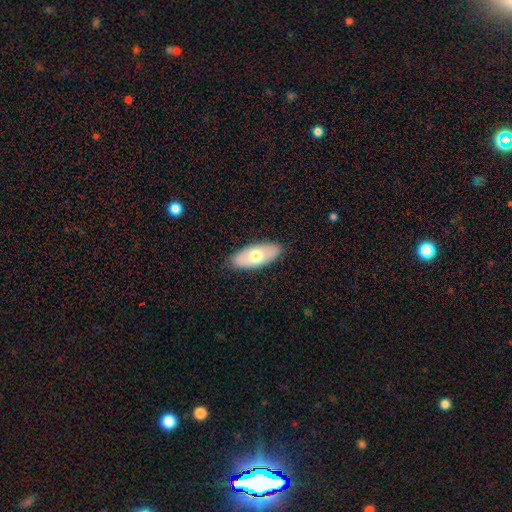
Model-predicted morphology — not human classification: Smooth or featured? smooth (60%)
How rounded? in between (89%)
Merging? none (86%)